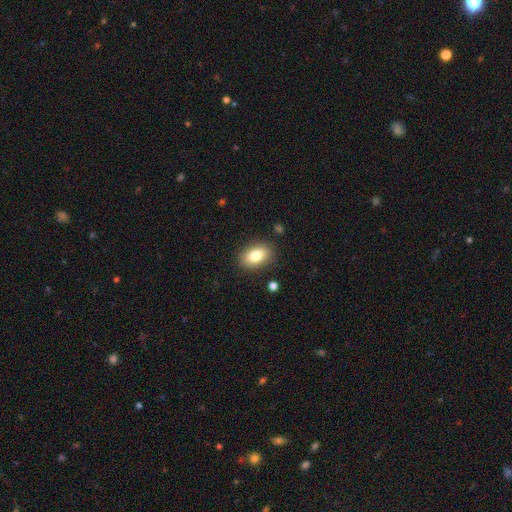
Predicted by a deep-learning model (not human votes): Morphology: type=smooth (82%); roundness=in between (84%); merging=none (86%).